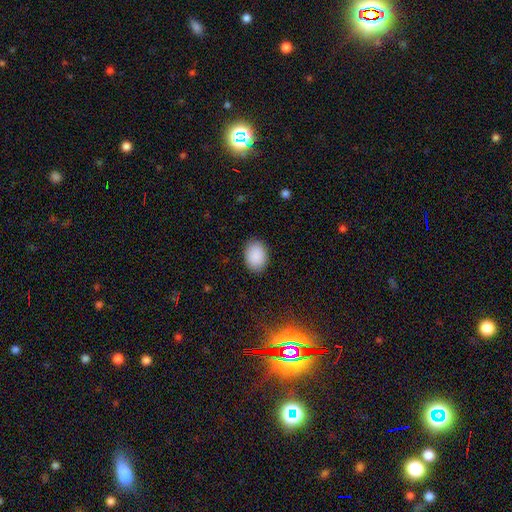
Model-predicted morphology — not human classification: Smooth or featured? smooth (91%)
How rounded? in between (76%)
Merging? none (88%)